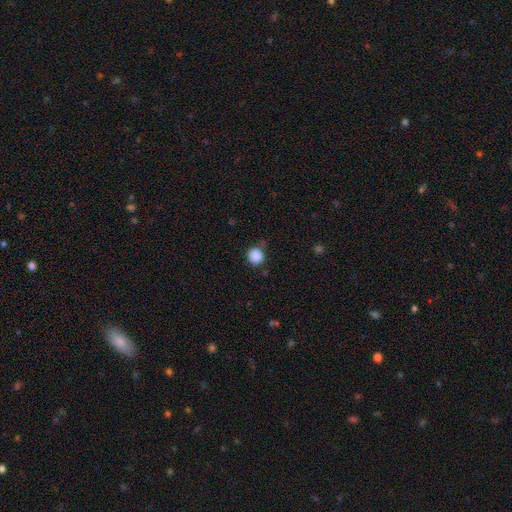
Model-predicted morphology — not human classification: smooth 88%, star or artifact 9%, featured or disk 3%. Down the decision tree: how rounded — round (88%); merging — none (78%).